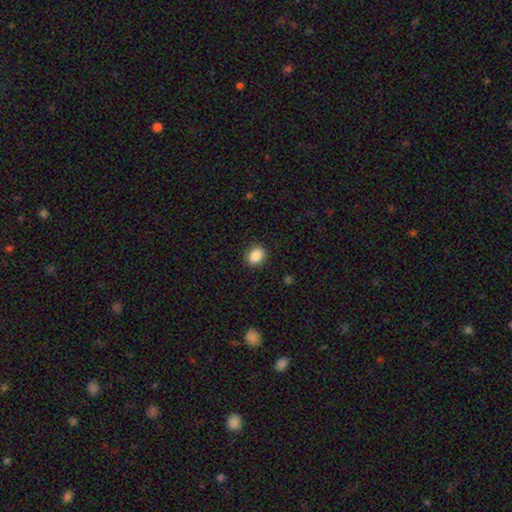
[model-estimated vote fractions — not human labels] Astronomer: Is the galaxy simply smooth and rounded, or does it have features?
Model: smooth — 88%.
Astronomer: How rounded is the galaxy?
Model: round — 51% (runner-up: in between, 48%).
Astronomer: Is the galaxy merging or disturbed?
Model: none — 89%.